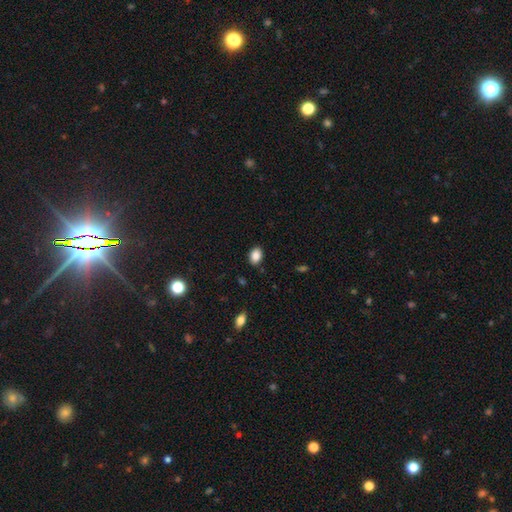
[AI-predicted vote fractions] The model was most divided on "how rounded": in between: 77%, round: 22%, cigar-shaped: 1%. More confident: smooth or featured — smooth (87%); merging — none (86%).